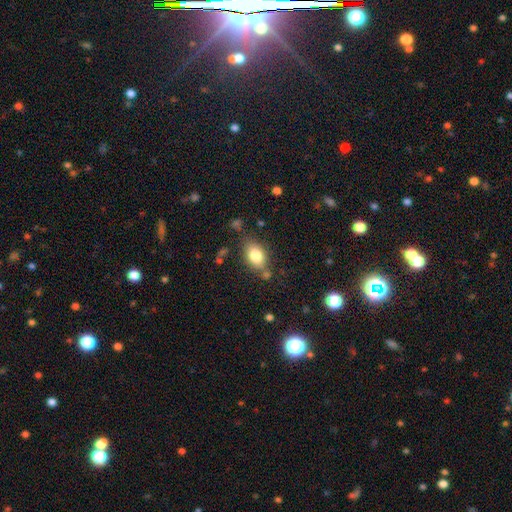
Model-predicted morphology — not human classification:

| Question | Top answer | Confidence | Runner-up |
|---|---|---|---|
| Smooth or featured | smooth | 81% | featured or disk (10%) |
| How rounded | in between | 82% | round (16%) |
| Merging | none | 73% | minor disturbance (16%) |